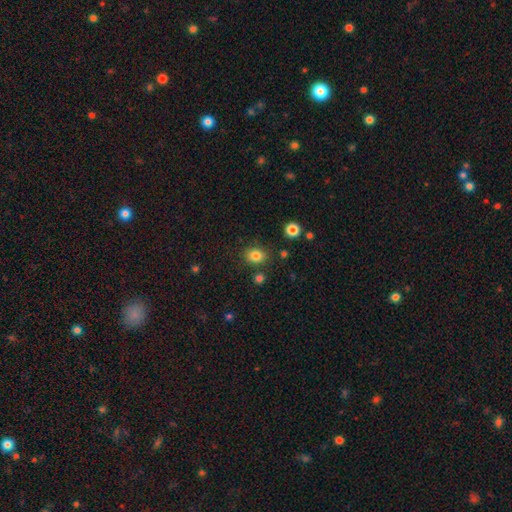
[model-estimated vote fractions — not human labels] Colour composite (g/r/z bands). It shows a smooth galaxy with no disk features (83%) that is round (59%). Merging: none (83%).